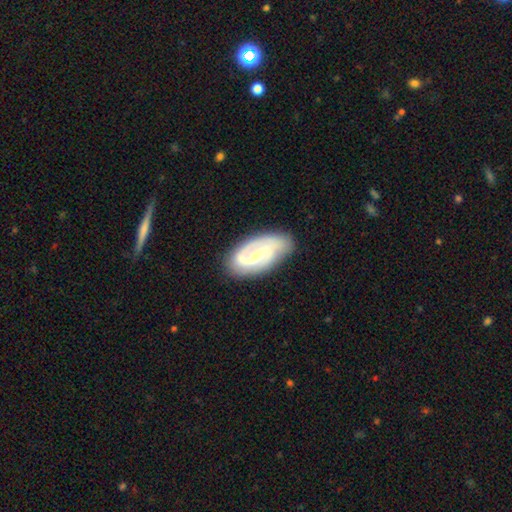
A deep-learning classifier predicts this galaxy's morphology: Smooth or featured? featured or disk (80%)
Edge-on disk? no (96%)
Bar? weak (49%)
Spiral arms? yes (94%)
Spiral winding? tight (43%)
Spiral arm count? 2 (70%)
Bulge size? moderate (50%)
Merging? none (74%)